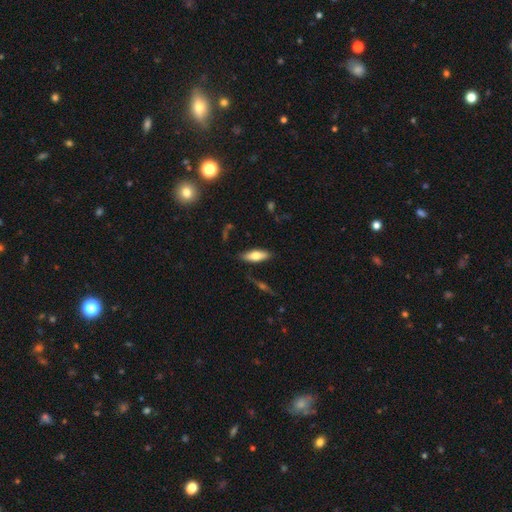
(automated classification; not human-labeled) Smooth or featured? smooth (66%)
How rounded? in between (63%)
Merging? none (82%)